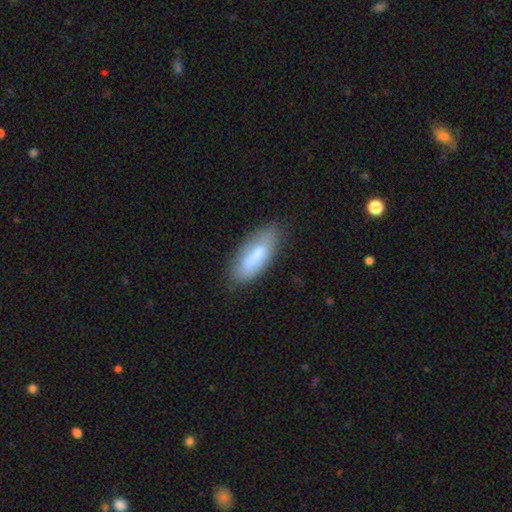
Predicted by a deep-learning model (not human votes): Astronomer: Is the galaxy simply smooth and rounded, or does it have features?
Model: smooth — 70%.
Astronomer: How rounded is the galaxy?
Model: in between — 74%.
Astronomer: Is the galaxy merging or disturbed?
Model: none — 72%.